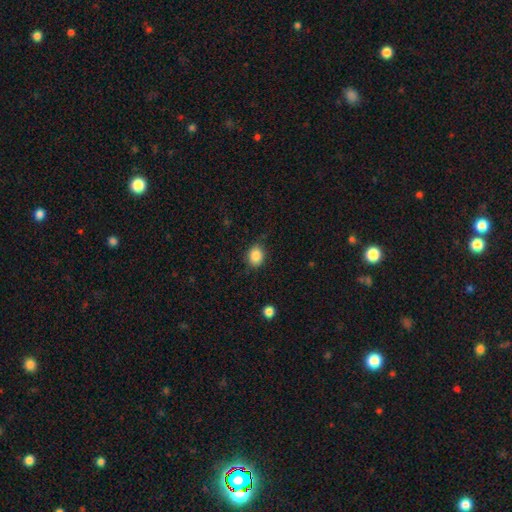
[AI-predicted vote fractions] Smooth or featured: smooth — 87% (star or artifact — 9%)
How rounded: in between — 54% (round — 45%)
Merging: none — 80% (minor disturbance — 15%)